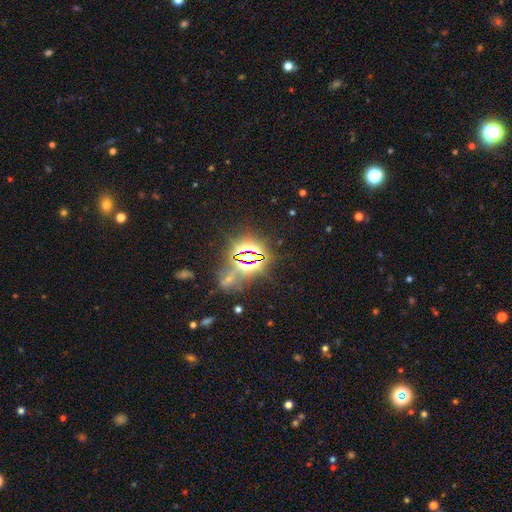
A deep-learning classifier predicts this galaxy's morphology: Smooth or featured: star or artifact — 82% (smooth — 10%)